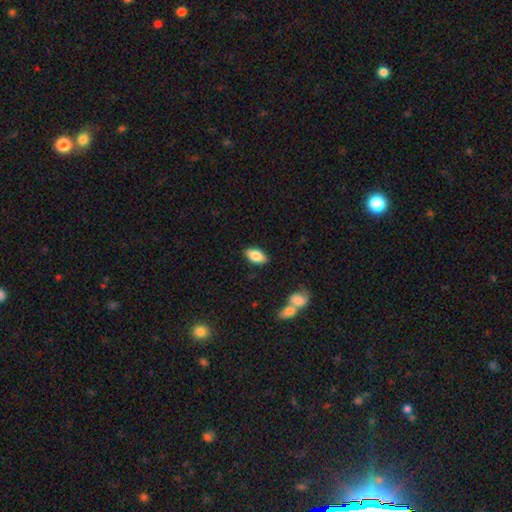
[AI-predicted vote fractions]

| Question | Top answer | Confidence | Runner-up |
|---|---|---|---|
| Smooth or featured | smooth | 81% | featured or disk (12%) |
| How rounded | in between | 90% | cigar-shaped (6%) |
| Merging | none | 86% | minor disturbance (9%) |